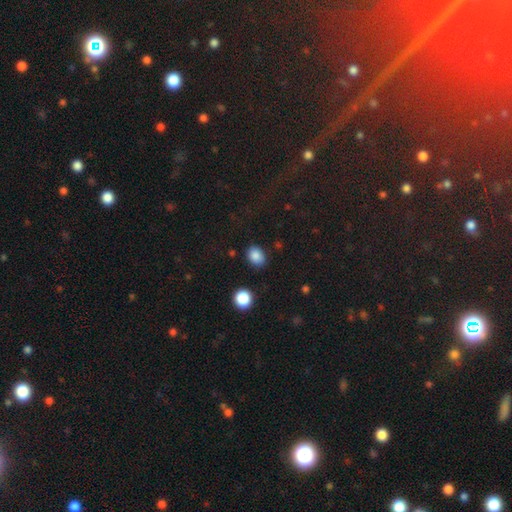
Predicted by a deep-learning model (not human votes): smooth 86%, star or artifact 10%, featured or disk 4%. Down the decision tree: how rounded — in between (64%); merging — none (83%).